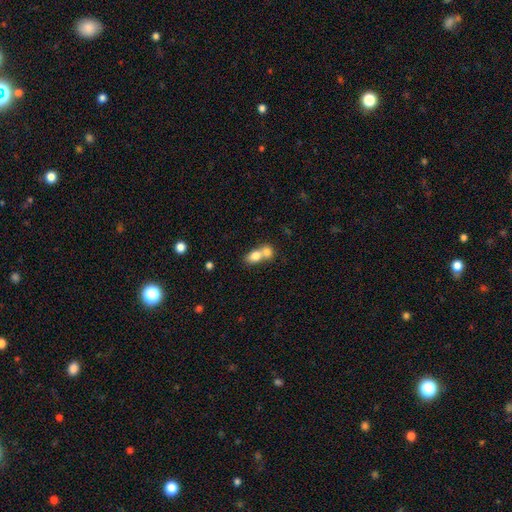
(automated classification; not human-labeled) The model was most divided on "how rounded": in between: 65%, round: 32%, cigar-shaped: 2%. More confident: smooth or featured — smooth (75%); merging — merger (70%).